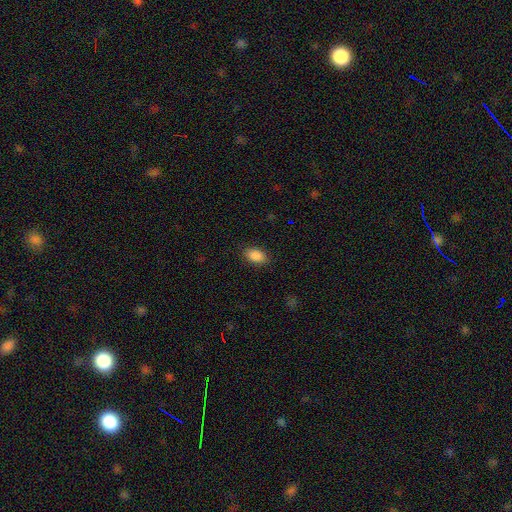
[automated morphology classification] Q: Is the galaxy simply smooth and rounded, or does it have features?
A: smooth — 88%.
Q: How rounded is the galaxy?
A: in between — 87%.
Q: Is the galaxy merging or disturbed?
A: none — 87%.